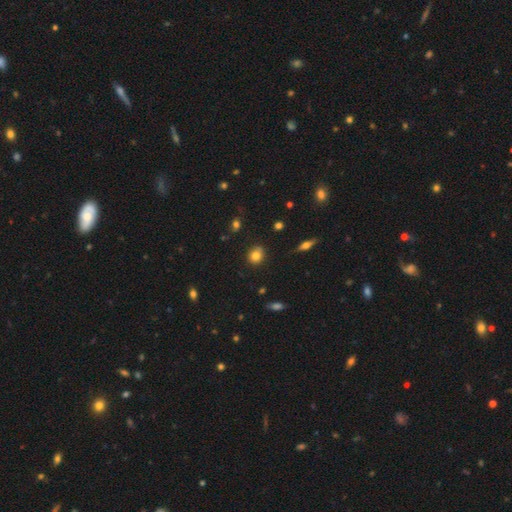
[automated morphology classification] smooth-or-featured: smooth: 81% | star or artifact: 11% | featured or disk: 8%
  how-rounded: round: 73% | in between: 25% | cigar-shaped: 1%
  merging: none: 81% | minor disturbance: 14% | major disturbance: 3% | merger: 2%